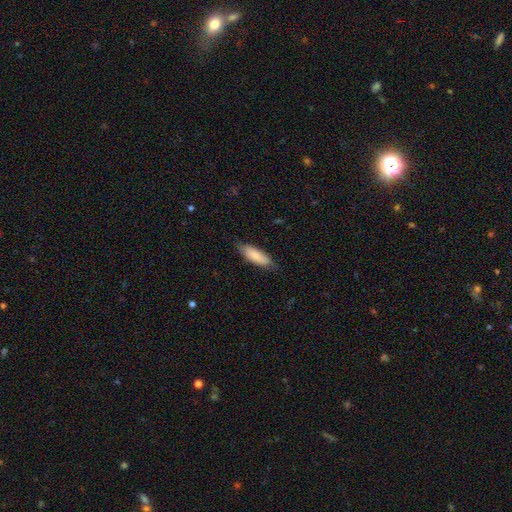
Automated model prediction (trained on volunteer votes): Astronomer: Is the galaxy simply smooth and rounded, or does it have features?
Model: smooth — 82%.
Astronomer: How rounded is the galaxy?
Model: in between — 58% (runner-up: cigar-shaped, 41%).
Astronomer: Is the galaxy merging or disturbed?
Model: none — 79%.